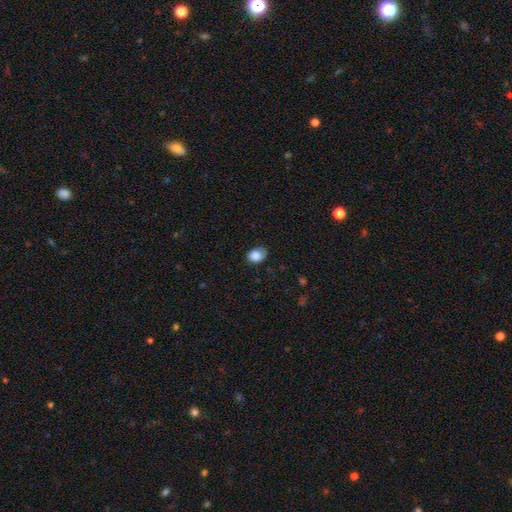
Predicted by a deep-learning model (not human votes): Morphology: type=smooth (85%); roundness=in between (52%); merging=none (62%).